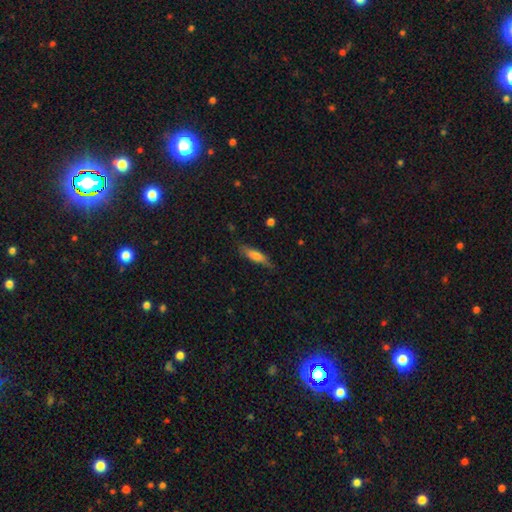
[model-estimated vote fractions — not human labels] This appears to be a smooth galaxy with no disk features (70%) that is cigar-shaped (65%). Merging: none (78%).